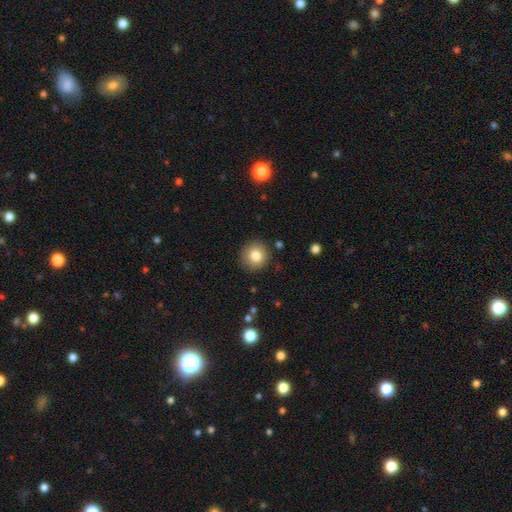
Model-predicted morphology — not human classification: Overall: smooth (82%). How rounded: round (93%). Merging: none (90%).